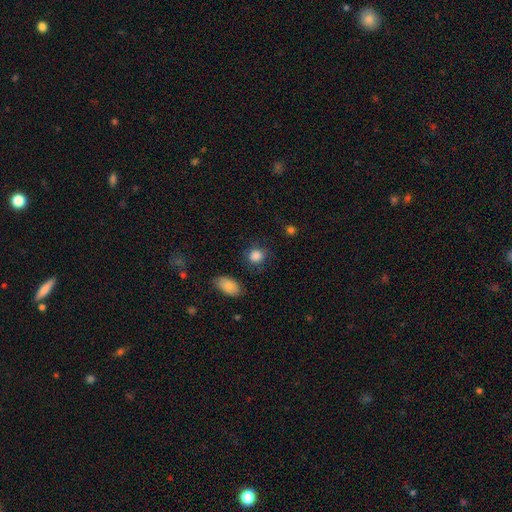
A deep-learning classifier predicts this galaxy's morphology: Q: Smooth or featured?
A: smooth (86%); runner-up: star or artifact (9%)
Q: How rounded?
A: round (75%); runner-up: in between (24%)
Q: Merging?
A: none (75%); runner-up: minor disturbance (16%)